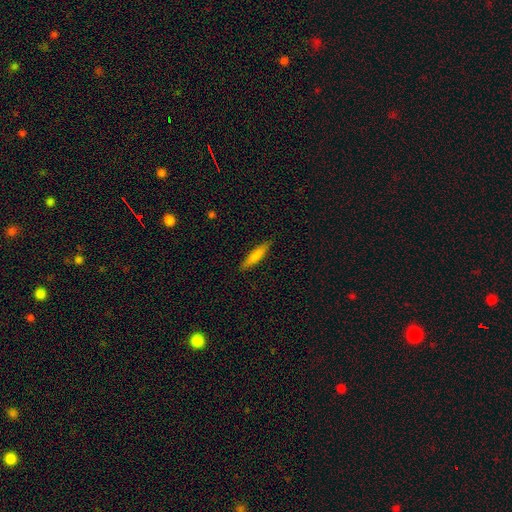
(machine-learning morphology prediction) smooth_or_featured: smooth (p=0.79) [alt: featured or disk p=0.16]
how_rounded: cigar-shaped (p=0.84) [alt: in between p=0.15]
merging: none (p=0.88) [alt: minor disturbance p=0.09]